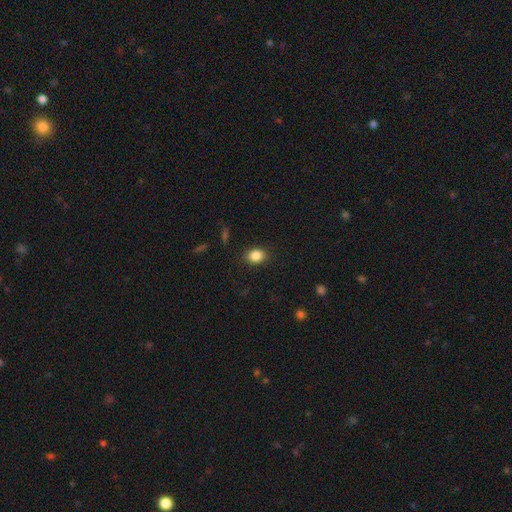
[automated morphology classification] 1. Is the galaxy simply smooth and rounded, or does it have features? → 86% smooth, 10% star or artifact, 4% featured or disk.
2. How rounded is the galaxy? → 58% in between, 41% round, 1% cigar-shaped.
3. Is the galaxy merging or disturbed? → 87% none, 9% minor disturbance, 3% major disturbance, 1% merger.